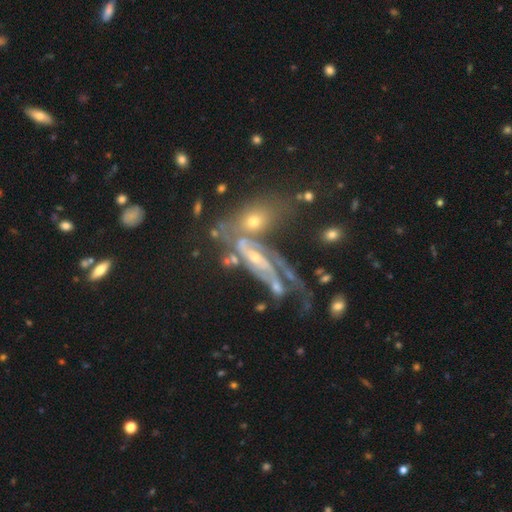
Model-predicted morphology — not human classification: Overall: featured or disk (65%). Edge-on disk: no (71%). Merging: merger (36%; none 34%).